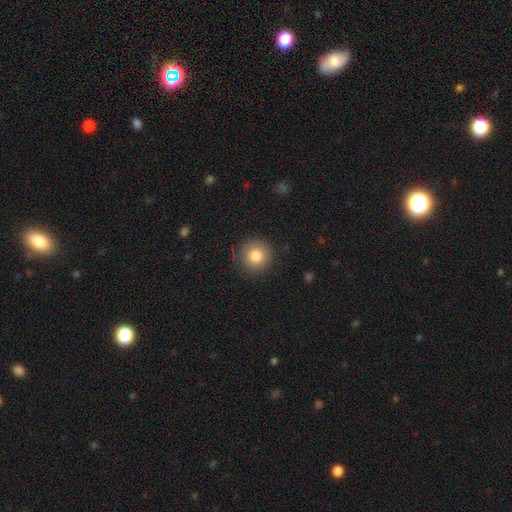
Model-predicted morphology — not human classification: Smooth or featured? smooth (82%)
How rounded? round (94%)
Merging? none (88%)